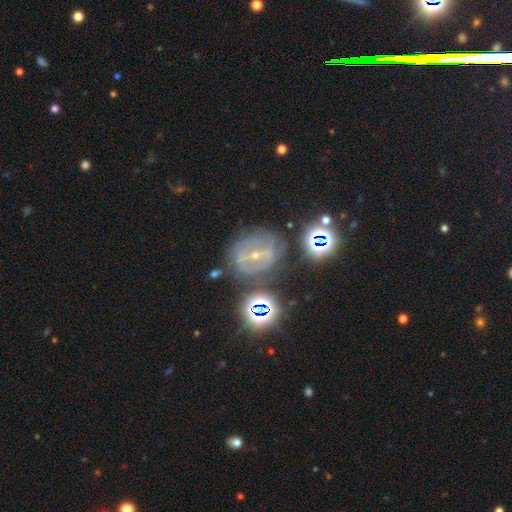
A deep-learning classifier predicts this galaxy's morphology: smooth_or_featured: featured or disk (p=0.66) [alt: star or artifact p=0.22]
disk_edge_on: no (p=0.95) [alt: yes p=0.05]
bar: strong (p=0.45) [alt: weak p=0.38]
has_spiral_arms: yes (p=0.81) [alt: no p=0.19]
spiral_winding: tight (p=0.57) [alt: medium p=0.34]
spiral_arm_count: 2 (p=0.38) [alt: can't tell p=0.37]
bulge_size: small (p=0.69) [alt: moderate p=0.27]
merging: none (p=0.70) [alt: minor disturbance p=0.16]